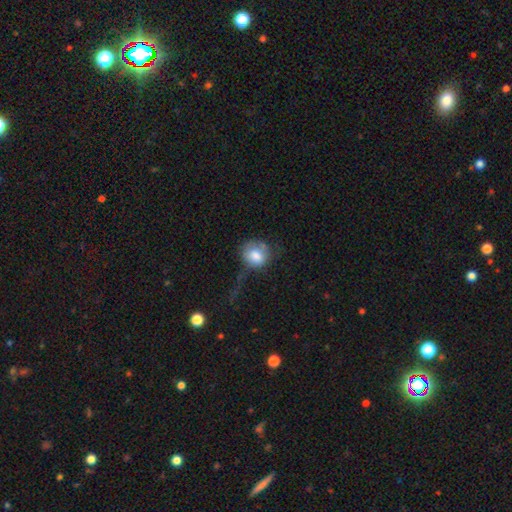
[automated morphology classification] This appears to be a smooth galaxy with no disk features (75%) that is round (76%). Merging: major disturbance (37%).